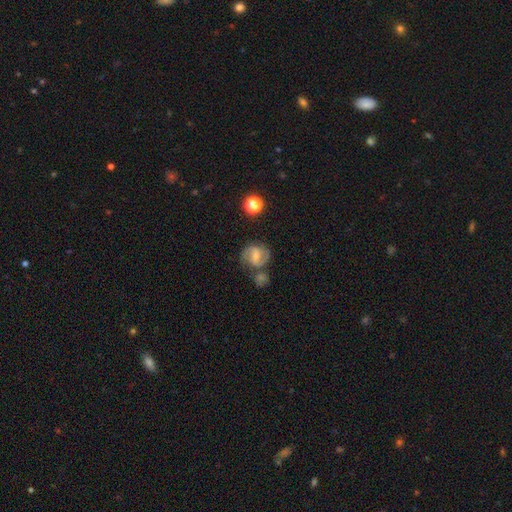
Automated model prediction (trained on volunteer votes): A featured or disk galaxy (77%) with a weak bar (52%), 2 (89%) medium (55%) spiral arms (95%) and a small central bulge (49%). Merging: none (63%).